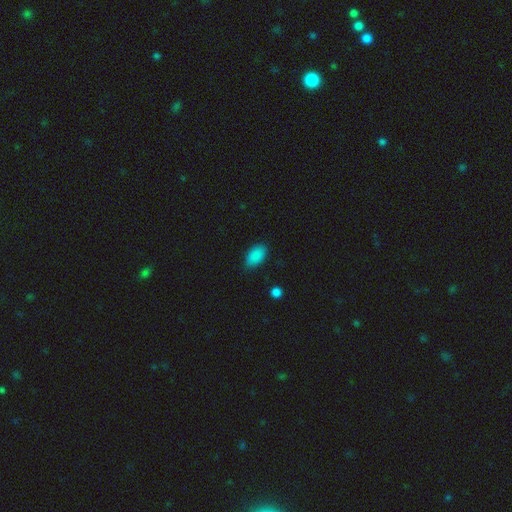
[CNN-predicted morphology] smooth 88%, star or artifact 9%, featured or disk 4%. Down the decision tree: how rounded — in between (93%); merging — none (81%).